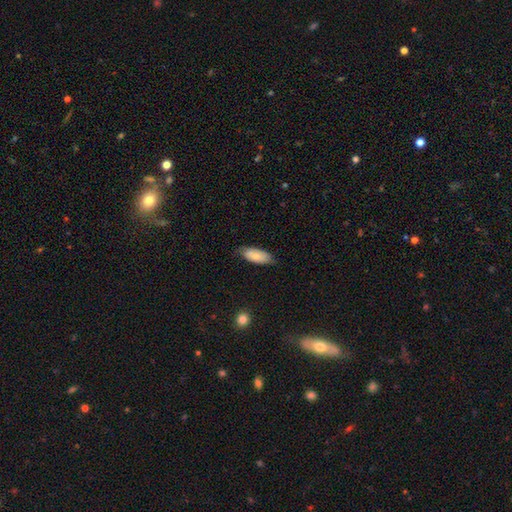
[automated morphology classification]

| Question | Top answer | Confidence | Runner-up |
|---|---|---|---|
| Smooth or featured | smooth | 78% | featured or disk (16%) |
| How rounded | in between | 85% | cigar-shaped (13%) |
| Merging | none | 74% | minor disturbance (22%) |